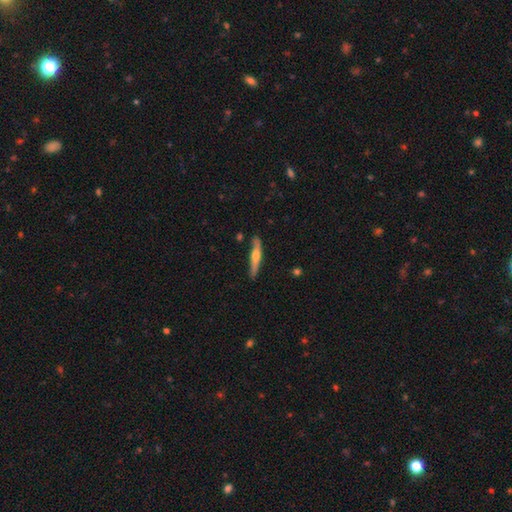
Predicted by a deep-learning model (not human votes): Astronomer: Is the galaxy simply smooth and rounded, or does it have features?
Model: featured or disk — 52% (runner-up: smooth, 43%).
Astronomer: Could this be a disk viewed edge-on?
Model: yes — 93%.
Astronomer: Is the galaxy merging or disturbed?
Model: none — 82%.